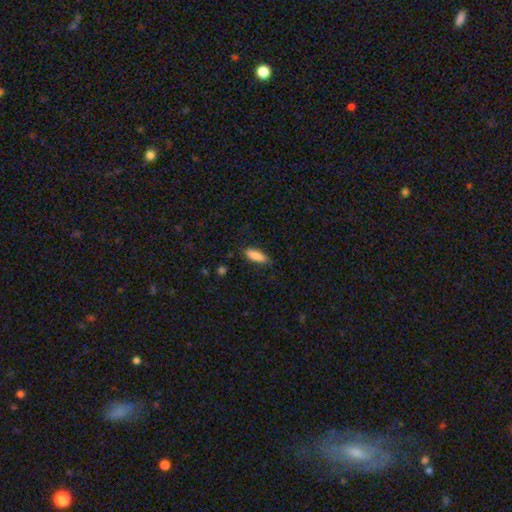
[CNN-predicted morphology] smooth-or-featured: smooth: 87% | star or artifact: 7% | featured or disk: 7%
  how-rounded: in between: 64% | cigar-shaped: 34% | round: 2%
  merging: none: 78% | minor disturbance: 17% | major disturbance: 4% | merger: 1%